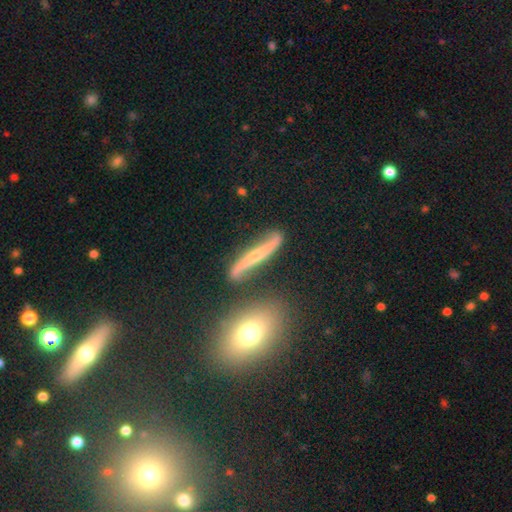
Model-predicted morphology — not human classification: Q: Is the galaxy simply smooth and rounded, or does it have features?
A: featured or disk — 75%.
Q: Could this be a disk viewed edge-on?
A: yes — 59%.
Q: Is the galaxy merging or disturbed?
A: none — 73%.